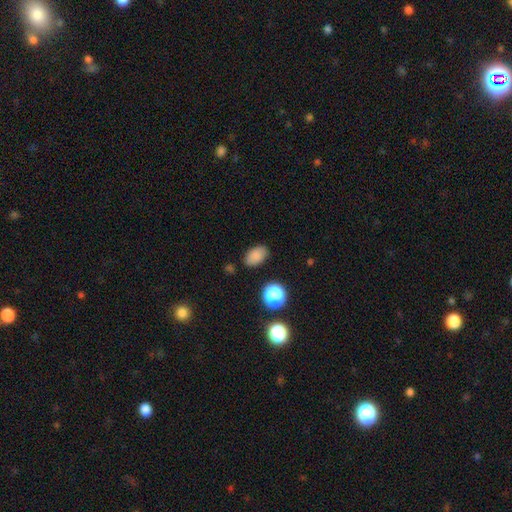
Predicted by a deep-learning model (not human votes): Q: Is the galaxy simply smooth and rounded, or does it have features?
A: smooth — 83%.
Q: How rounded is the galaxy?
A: in between — 87%.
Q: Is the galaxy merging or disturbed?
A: none — 82%.